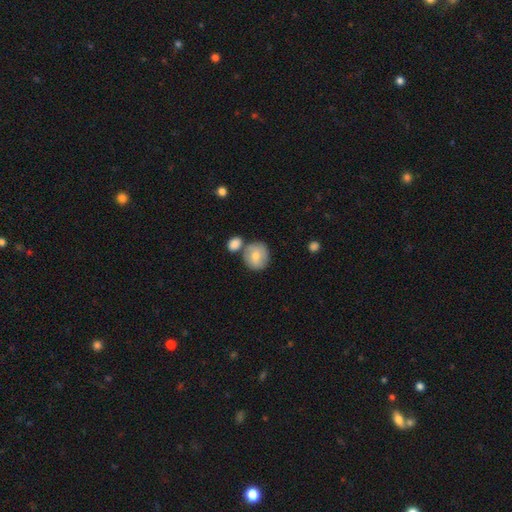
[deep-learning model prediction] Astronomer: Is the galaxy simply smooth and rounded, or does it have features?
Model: smooth — 73%.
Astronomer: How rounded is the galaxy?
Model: round — 81%.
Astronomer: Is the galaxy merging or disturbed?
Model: none — 54% (runner-up: merger, 29%).